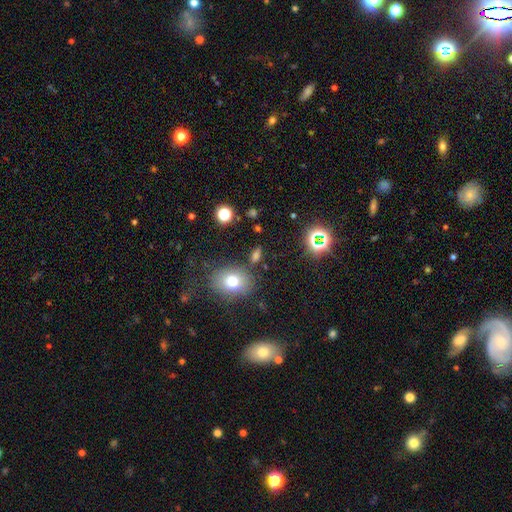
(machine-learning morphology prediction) Smooth or featured? Predicted: smooth (p=0.57). How rounded? Predicted: in between (p=0.58). Merging? Predicted: none (p=0.78).